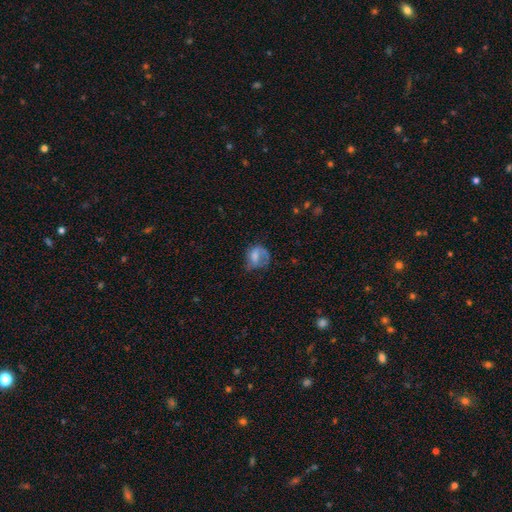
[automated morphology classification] smooth-or-featured: smooth: 54% | featured or disk: 36% | star or artifact: 10%
  how-rounded: in between: 51% | round: 47% | cigar-shaped: 2%
  merging: none: 35% (tied) | major disturbance: 35% (tied) | minor disturbance: 27% | merger: 3%